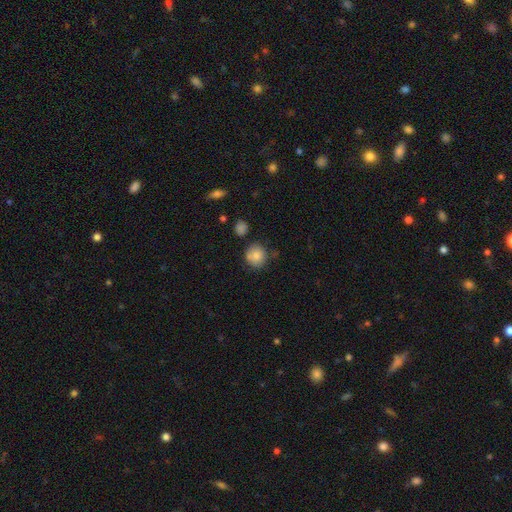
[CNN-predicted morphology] Smooth or featured: smooth — 83% (star or artifact — 9%)
How rounded: round — 89% (in between — 10%)
Merging: none — 75% (minor disturbance — 16%)